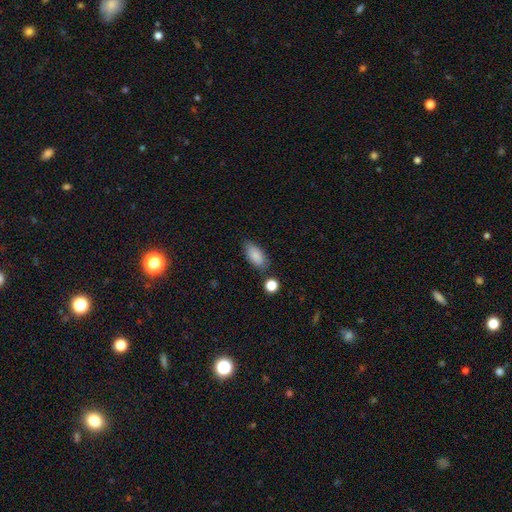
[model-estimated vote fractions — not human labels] A smooth galaxy with no disk features (87%) that is in between round and cigar-shaped (89%).

Vote fractions:
- Smooth or featured? smooth: 87% / star or artifact: 7% / featured or disk: 6%
- How rounded? in between: 89% / cigar-shaped: 8% / round: 3%
- Merging? none: 75% / minor disturbance: 15% / merger: 5% / major disturbance: 4%